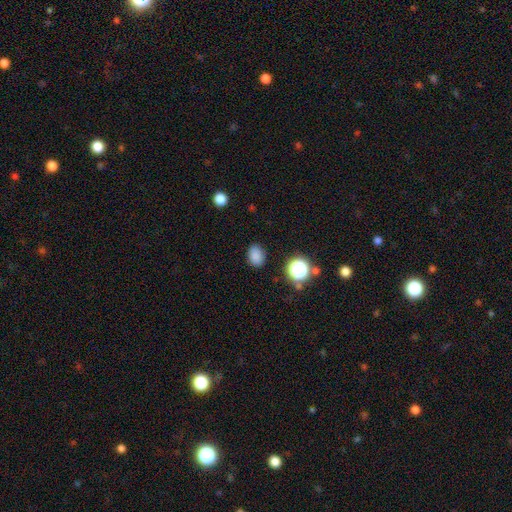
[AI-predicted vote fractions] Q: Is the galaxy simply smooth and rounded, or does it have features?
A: smooth — 82%.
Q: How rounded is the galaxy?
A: in between — 66%.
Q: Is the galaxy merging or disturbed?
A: none — 85%.